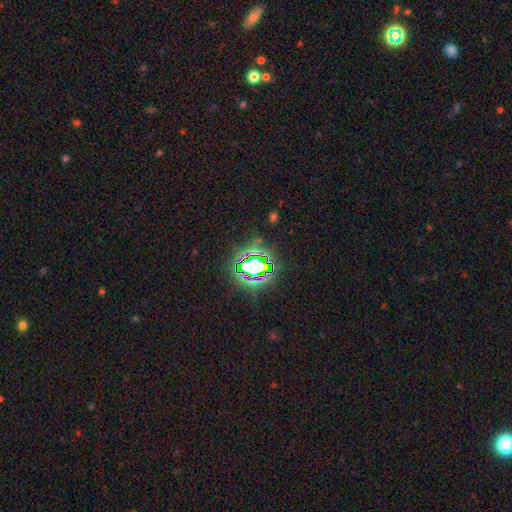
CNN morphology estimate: smooth_or_featured: star or artifact (p=0.81) [alt: smooth p=0.11]